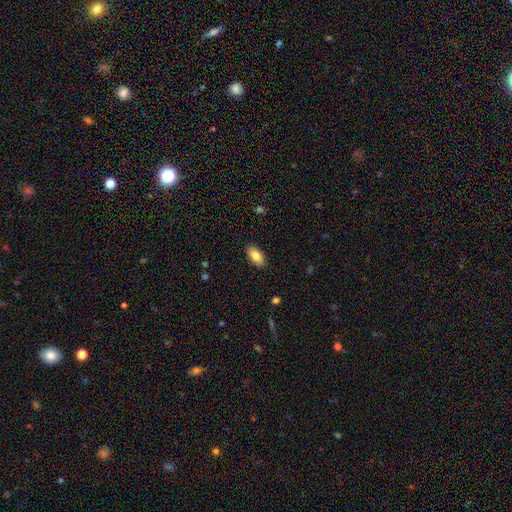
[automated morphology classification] smooth 83%, featured or disk 10%, star or artifact 7%. Down the decision tree: how rounded — in between (92%); merging — none (89%).